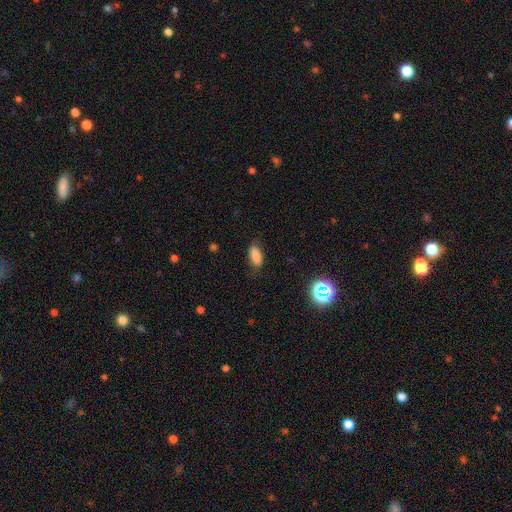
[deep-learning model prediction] A smooth galaxy with no disk features (83%) that is in between round and cigar-shaped (85%).

Vote fractions:
- Smooth or featured? smooth: 83% / star or artifact: 10% / featured or disk: 8%
- How rounded? in between: 85% / cigar-shaped: 11% / round: 4%
- Merging? none: 74% / minor disturbance: 19% / major disturbance: 5% / merger: 1%